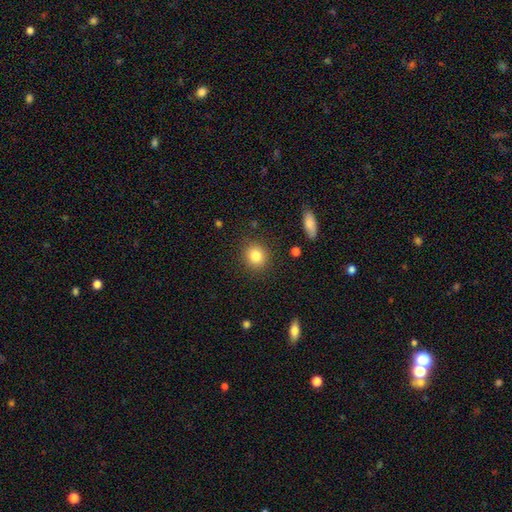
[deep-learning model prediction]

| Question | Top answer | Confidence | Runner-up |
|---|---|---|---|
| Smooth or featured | smooth | 83% | star or artifact (10%) |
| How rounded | round | 85% | in between (14%) |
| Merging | none | 89% | minor disturbance (7%) |